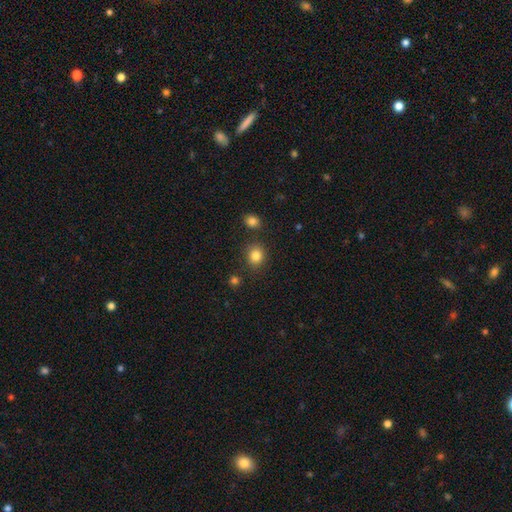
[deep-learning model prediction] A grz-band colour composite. It shows a smooth galaxy with no disk features (84%) that is round (78%). Merging: none (83%).